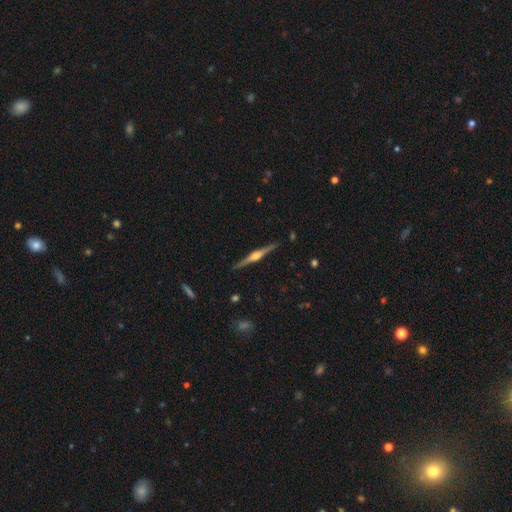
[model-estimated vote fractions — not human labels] smooth-or-featured: featured or disk: 81% | smooth: 13% | star or artifact: 5%
  disk-edge-on: yes: 98% | no: 2%
    edge-on-bulge: rounded: 87% | boxy: 9% | none: 4%
  merging: none: 91% | minor disturbance: 7% | major disturbance: 1% | merger: 1%